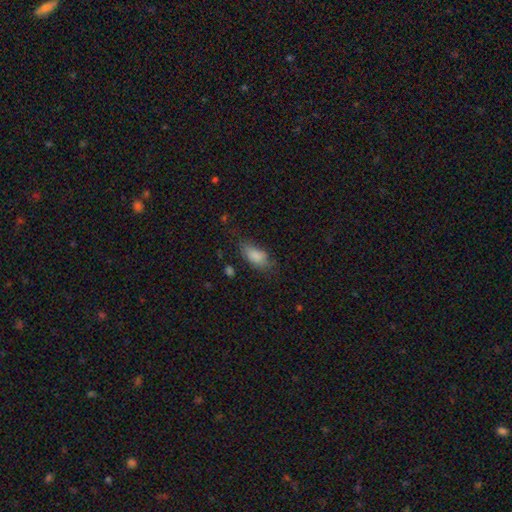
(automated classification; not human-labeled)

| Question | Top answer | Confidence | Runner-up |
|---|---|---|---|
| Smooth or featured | smooth | 83% | star or artifact (9%) |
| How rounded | in between | 88% | cigar-shaped (8%) |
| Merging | none | 58% | minor disturbance (28%) |